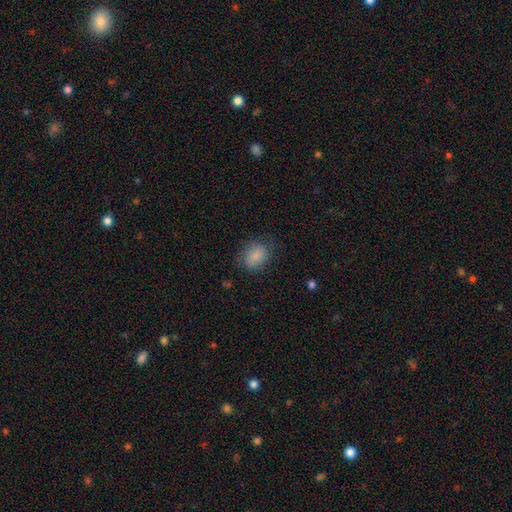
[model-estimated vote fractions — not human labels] smooth_or_featured: smooth (p=0.83) [alt: featured or disk p=0.08]
how_rounded: in between (p=0.54) [alt: round p=0.45]
merging: none (p=0.70) [alt: minor disturbance p=0.21]